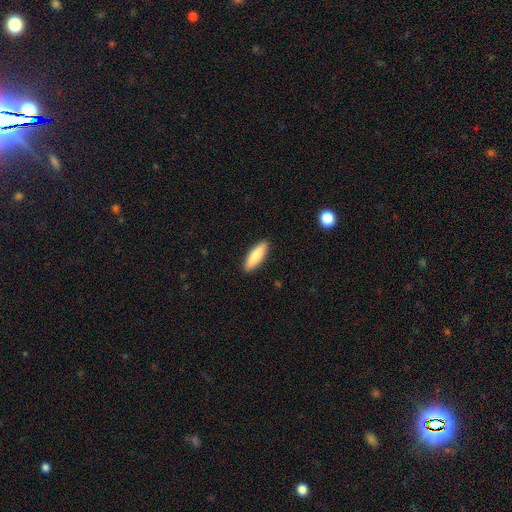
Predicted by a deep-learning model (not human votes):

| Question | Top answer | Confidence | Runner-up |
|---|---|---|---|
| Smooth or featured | smooth | 83% | featured or disk (11%) |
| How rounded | cigar-shaped | 52% | in between (46%) |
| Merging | none | 90% | minor disturbance (7%) |